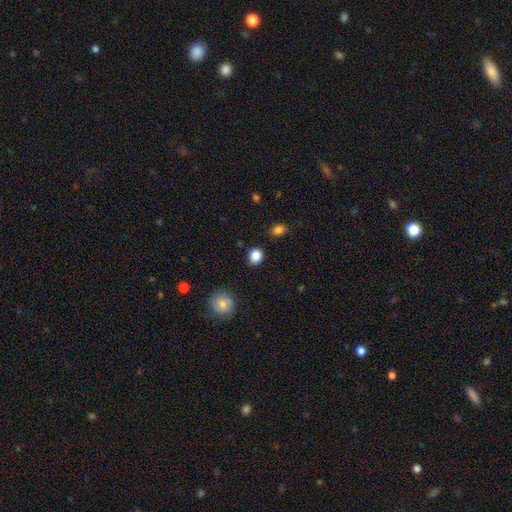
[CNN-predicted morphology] The model was most divided on "how rounded": round: 81%, in between: 18%, cigar-shaped: 1%. More confident: merging — none (88%); smooth or featured — smooth (87%).